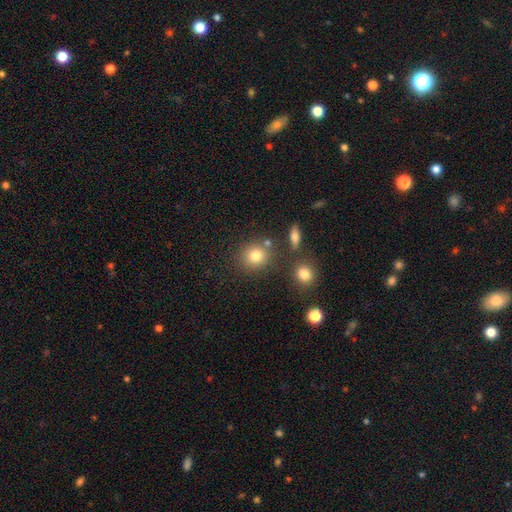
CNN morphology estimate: smooth_or_featured: smooth (p=0.81) [alt: star or artifact p=0.12]
how_rounded: round (p=0.81) [alt: in between p=0.18]
merging: none (p=0.74) [alt: merger p=0.12]